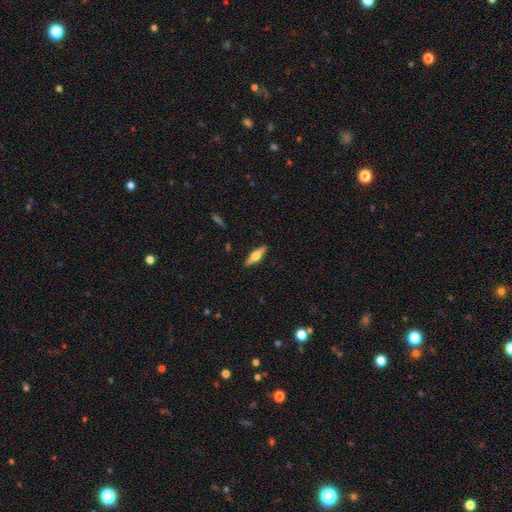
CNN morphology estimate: This appears to be a featured or disk galaxy (57%) viewed edge-on (95%) with a rounded central bulge (93%). Merging: none (89%).